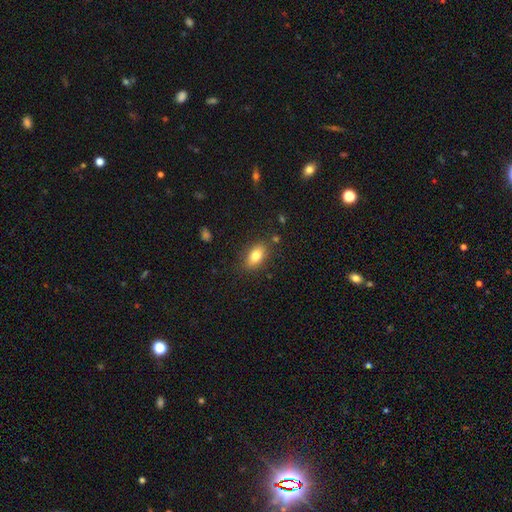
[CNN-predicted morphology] The model was most divided on "smooth or featured": smooth: 80%, featured or disk: 12%, star or artifact: 8%. More confident: how rounded — in between (87%); merging — none (84%).